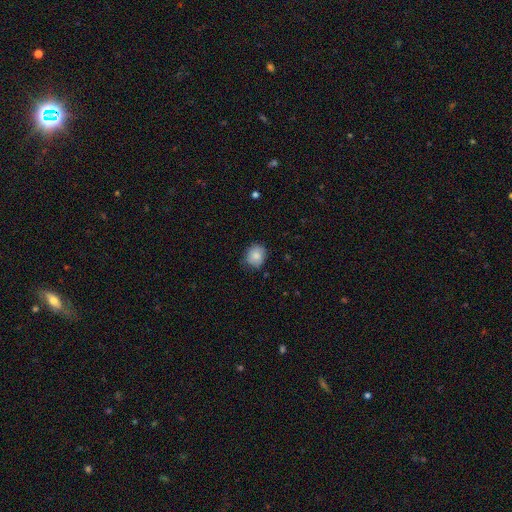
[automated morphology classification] Smooth or featured? smooth (83%)
How rounded? round (77%)
Merging? none (78%)